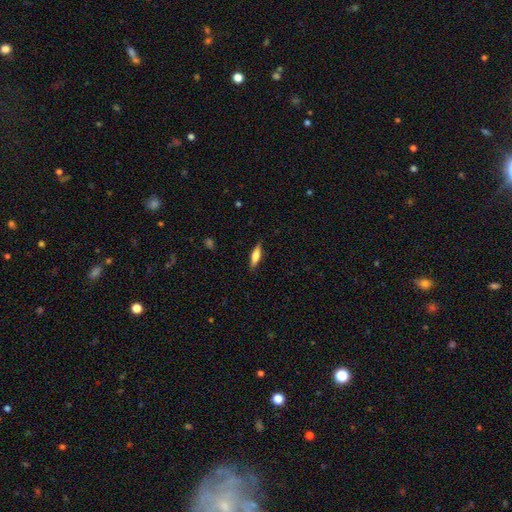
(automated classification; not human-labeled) smooth-or-featured: smooth: 70% | featured or disk: 24% | star or artifact: 6%
  how-rounded: cigar-shaped: 64% | in between: 34% | round: 2%
  merging: none: 85% | minor disturbance: 11% | major disturbance: 2% | merger: 1%